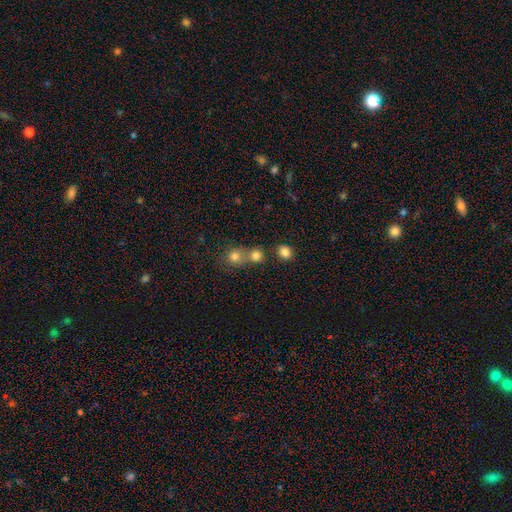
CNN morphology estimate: A smooth galaxy with no disk features (79%) that is round (84%). Merging: none (55%).